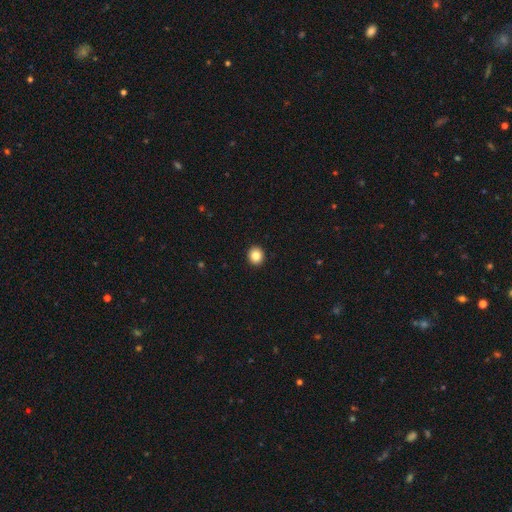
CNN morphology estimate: Smooth or featured? Predicted: smooth (p=0.84). How rounded? Predicted: round (p=0.90). Merging? Predicted: none (p=0.94).